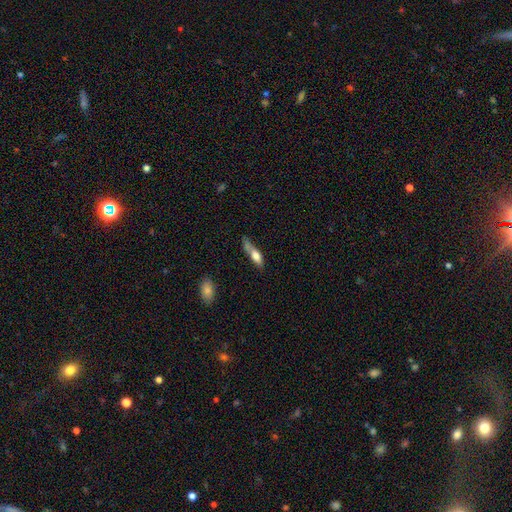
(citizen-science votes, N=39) Overall: smooth (74%). How rounded: in between (52%; cigar-shaped 48%). Merging: major disturbance (31%; none 26%).